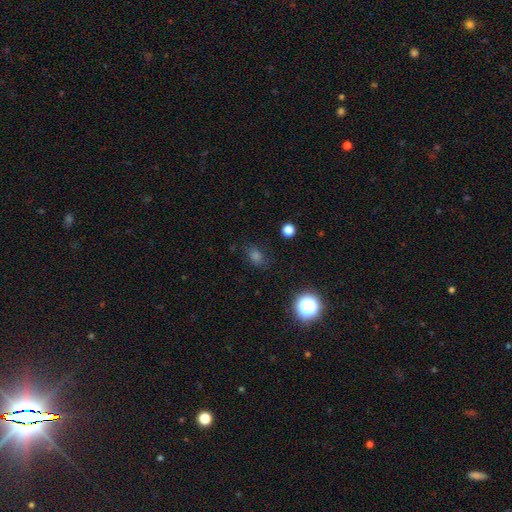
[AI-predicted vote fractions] Smooth or featured? Predicted: smooth (p=0.63). How rounded? Predicted: in between (p=0.53). Merging? Predicted: none (p=0.81).